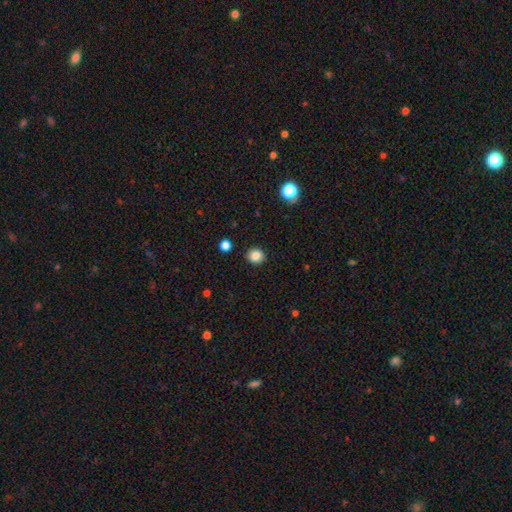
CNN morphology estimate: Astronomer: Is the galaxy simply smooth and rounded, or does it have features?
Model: smooth — 84%.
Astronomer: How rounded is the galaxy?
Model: round — 84%.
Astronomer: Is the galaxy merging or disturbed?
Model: none — 91%.